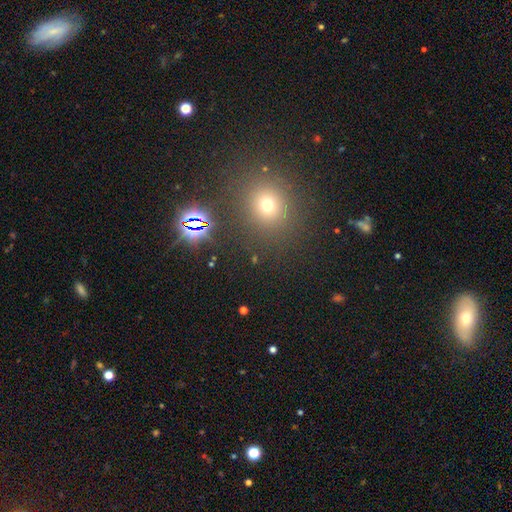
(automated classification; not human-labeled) Smooth or featured? Predicted: smooth (p=0.49). Merging? Predicted: none (p=0.88).